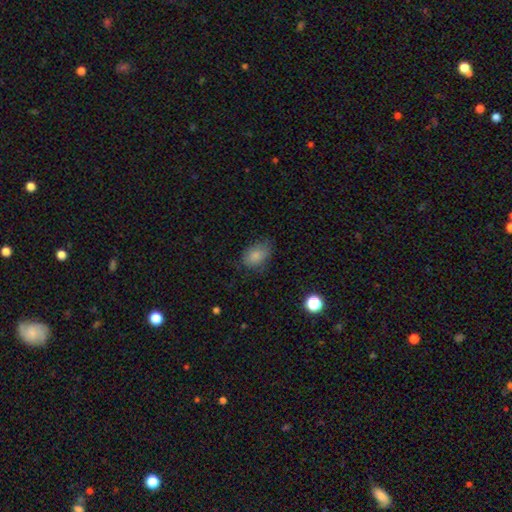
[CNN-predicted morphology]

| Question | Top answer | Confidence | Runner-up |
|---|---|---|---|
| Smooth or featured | smooth | 84% | star or artifact (9%) |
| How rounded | in between | 80% | round (18%) |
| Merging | none | 69% | minor disturbance (23%) |